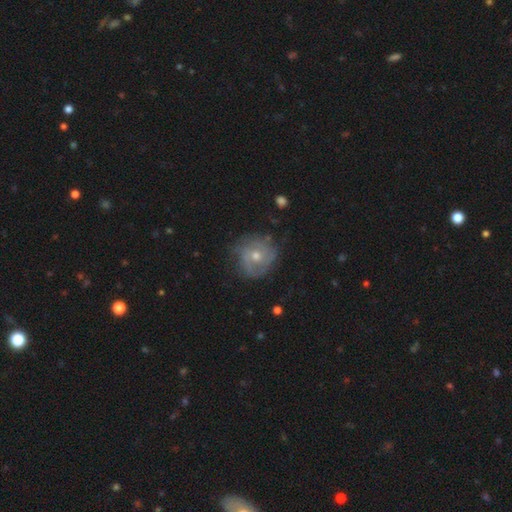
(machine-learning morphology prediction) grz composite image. It shows a featured or disk galaxy (65%) with no bar (77%), tight (52%) spiral arms (82%) and a moderate central bulge (60%). Merging: none (70%).